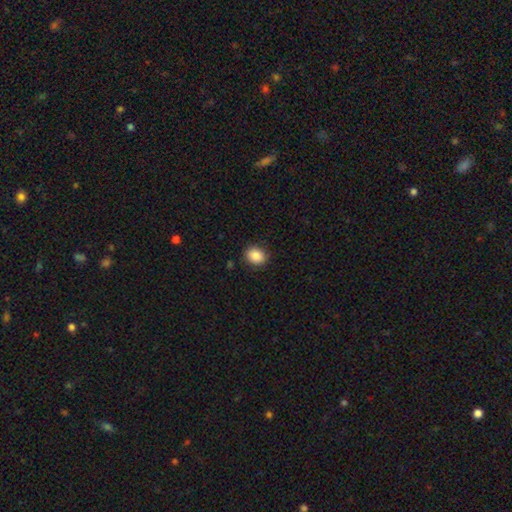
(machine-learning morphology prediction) This appears to be a smooth galaxy with no disk features (87%) that is round (61%). Merging: none (87%).